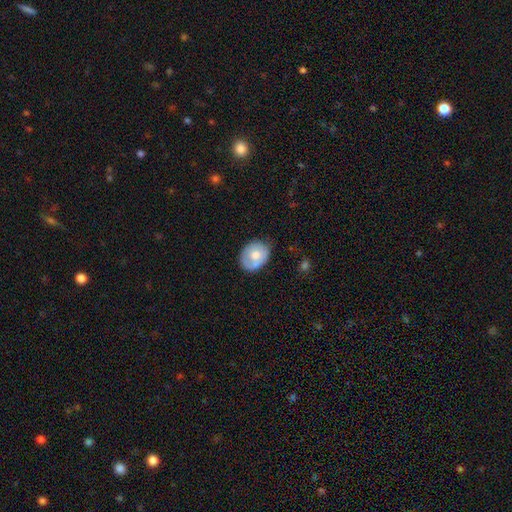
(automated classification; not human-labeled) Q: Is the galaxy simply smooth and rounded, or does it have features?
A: smooth — 63%.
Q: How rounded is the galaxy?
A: in between — 52%.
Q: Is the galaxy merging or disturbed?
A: none — 62%.